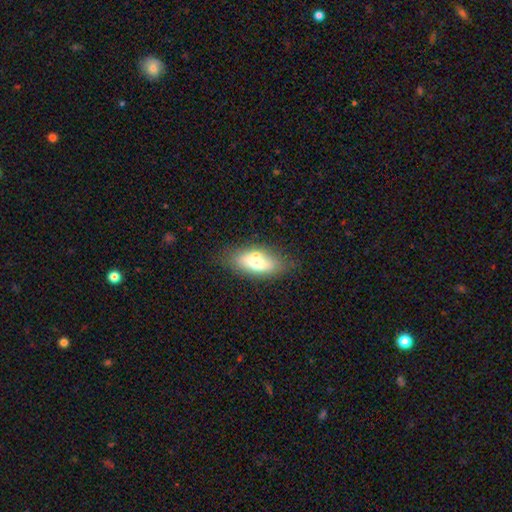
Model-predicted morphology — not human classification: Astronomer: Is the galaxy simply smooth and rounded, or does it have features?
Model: smooth — 62%.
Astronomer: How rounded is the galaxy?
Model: in between — 80%.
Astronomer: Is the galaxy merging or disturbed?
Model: none — 67%.